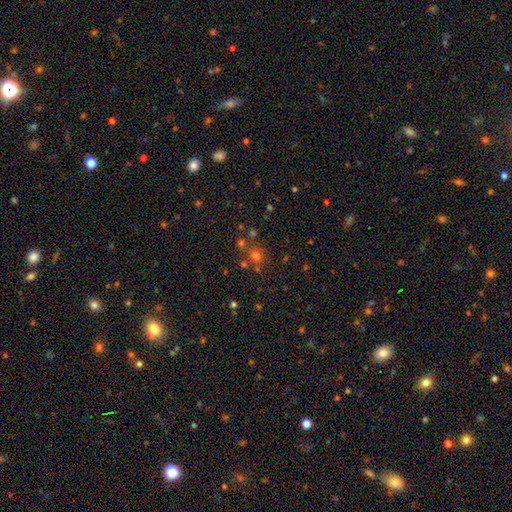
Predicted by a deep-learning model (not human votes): Smooth or featured? Predicted: smooth (p=0.55). How rounded? Predicted: round (p=0.86). Merging? Predicted: none (p=0.69).